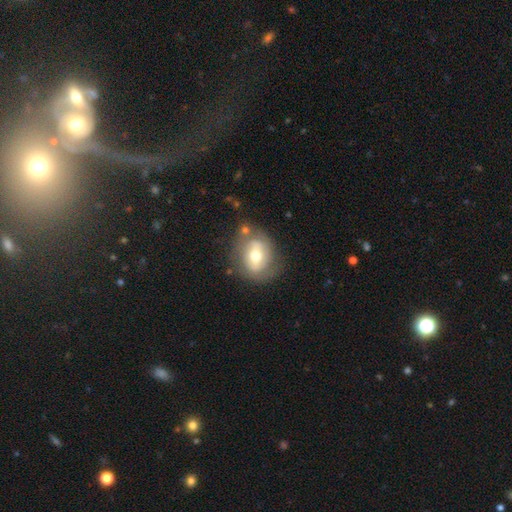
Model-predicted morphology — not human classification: Q: Smooth or featured?
A: featured or disk (48%); runner-up: smooth (45%)
Q: Merging?
A: none (67%); runner-up: minor disturbance (18%)